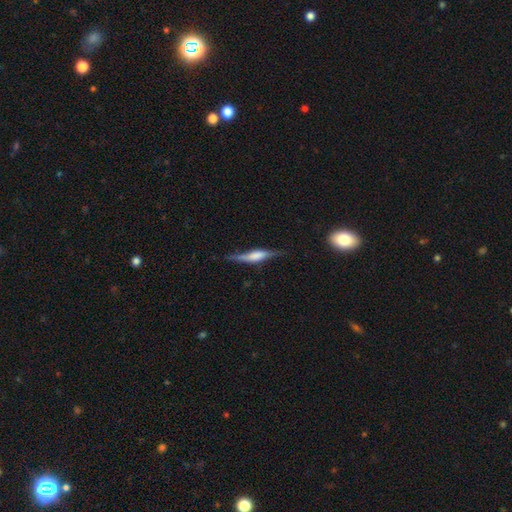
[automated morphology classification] Smooth or featured?
  - featured or disk: 63% *
  - smooth: 30%
  - star or artifact: 7%
Edge-on disk?
  - yes: 92% *
  - no: 8%
Edge-on bulge?
  - boxy: 46% *
  - rounded: 44%
  - none: 10%
Merging?
  - none: 72% *
  - minor disturbance: 20%
  - major disturbance: 6%
  - merger: 2%